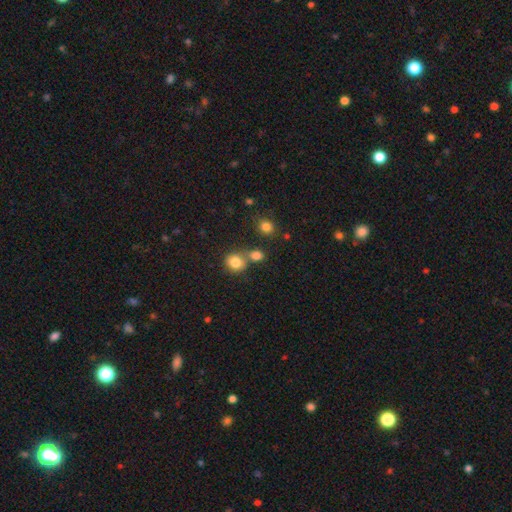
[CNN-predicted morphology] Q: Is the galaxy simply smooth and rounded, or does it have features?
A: smooth — 81%.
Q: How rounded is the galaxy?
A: round — 65%.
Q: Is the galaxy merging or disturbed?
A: none — 54%.